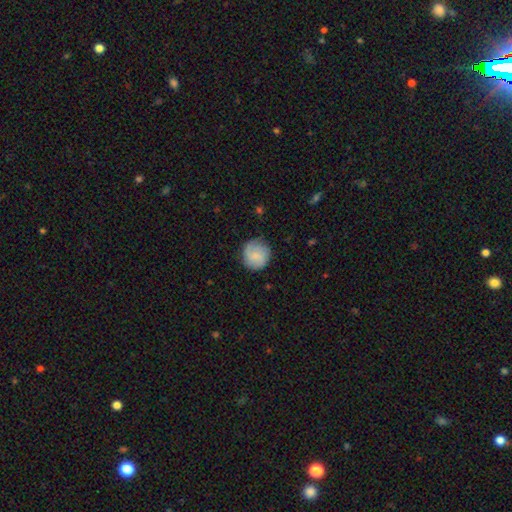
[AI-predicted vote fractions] Smooth or featured? smooth (62%)
How rounded? round (91%)
Merging? none (74%)